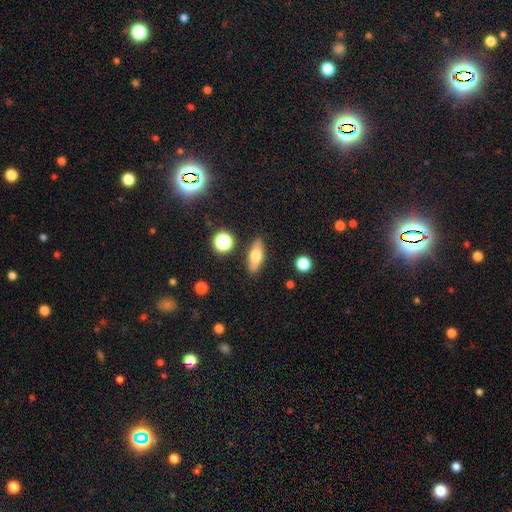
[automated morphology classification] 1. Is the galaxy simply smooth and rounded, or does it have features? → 62% smooth, 30% featured or disk, 8% star or artifact.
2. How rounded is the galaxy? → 64% in between, 30% cigar-shaped, 6% round.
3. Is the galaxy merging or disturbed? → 86% none, 9% minor disturbance, 3% merger, 2% major disturbance.